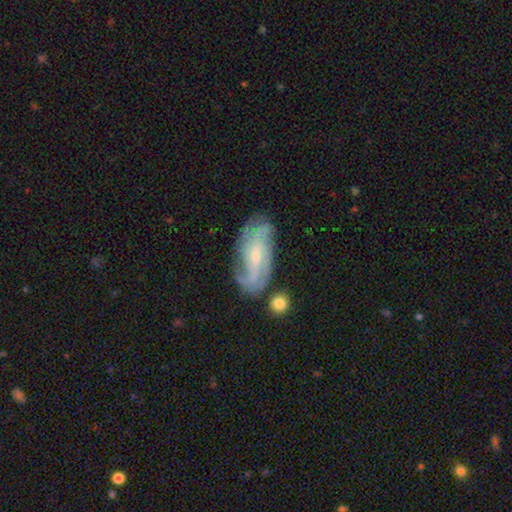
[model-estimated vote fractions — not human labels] A featured or disk galaxy (83%) with no bar (44%), 3 (29%) tight (49%) spiral arms (97%) and a small central bulge (64%).

Vote fractions:
- Smooth or featured? featured or disk: 83% / smooth: 10% / star or artifact: 7%
- Edge-on disk? no: 94% / yes: 6%
- Bar? no: 44% / weak: 42% / strong: 14%
- Spiral arms? yes: 97% / no: 3%
- Spiral winding? tight: 49% / medium: 40% / loose: 11%
- Spiral arm count? 3: 29% / 4: 27% / can't tell: 19% / 2: 13% / more than 4: 6% / 1: 5%
- Bulge size? small: 64% / moderate: 29% / none: 4% / large: 2% / dominant: 1%
- Merging? none: 74% / minor disturbance: 16% / major disturbance: 5% / merger: 4%